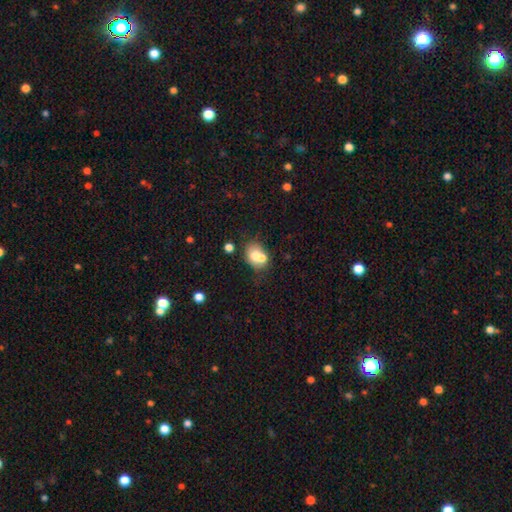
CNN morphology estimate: This is likely a smooth galaxy (68%). How rounded: possibly in between (51%). Merging: possibly merger (54%).